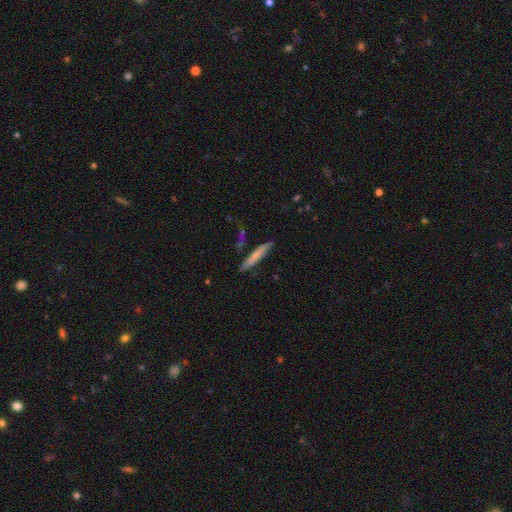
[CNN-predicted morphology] Smooth or featured? Predicted: smooth (p=0.60). How rounded? Predicted: cigar-shaped (p=0.93). Merging? Predicted: none (p=0.81).